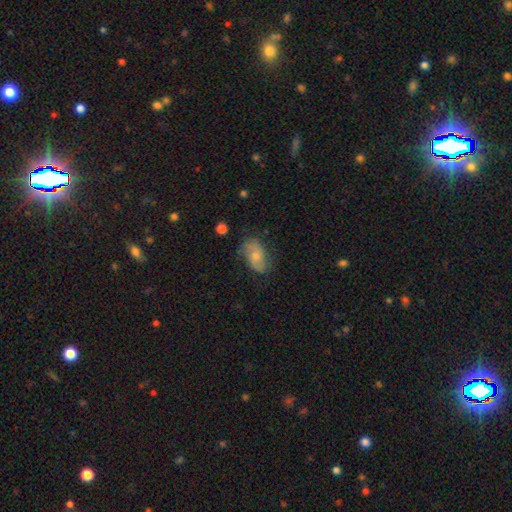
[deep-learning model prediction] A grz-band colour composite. It shows a smooth galaxy with no disk features (49%). Merging: none (61%).